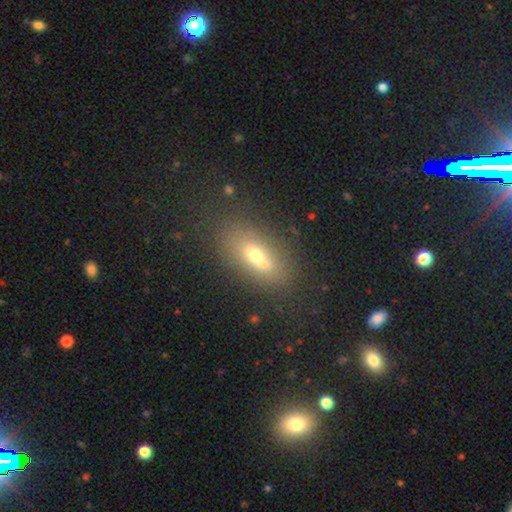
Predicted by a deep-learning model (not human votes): A smooth galaxy with no disk features (59%) that is in between round and cigar-shaped (76%). Merging: none (62%).